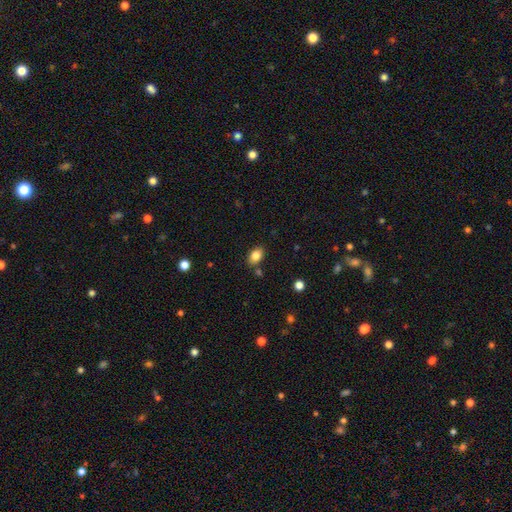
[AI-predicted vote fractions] A smooth galaxy with no disk features (83%) that is in between round and cigar-shaped (84%).

Vote fractions:
- Smooth or featured? smooth: 83% / star or artifact: 9% / featured or disk: 8%
- How rounded? in between: 84% / round: 14% / cigar-shaped: 1%
- Merging? none: 80% / minor disturbance: 12% / merger: 6% / major disturbance: 3%